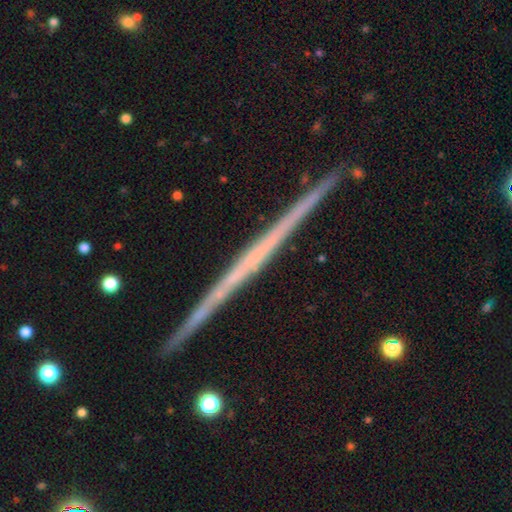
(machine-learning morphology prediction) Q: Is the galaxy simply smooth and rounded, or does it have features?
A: featured or disk — 74%.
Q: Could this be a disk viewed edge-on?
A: yes — 98%.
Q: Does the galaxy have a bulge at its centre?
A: none — 90%.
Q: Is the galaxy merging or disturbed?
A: none — 92%.